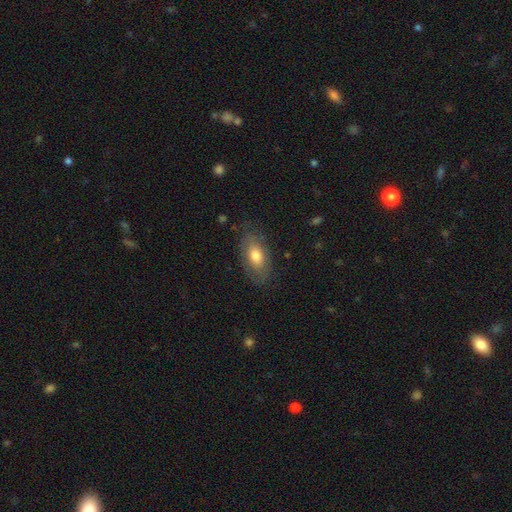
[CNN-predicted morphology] Q: Smooth or featured?
A: smooth (69%); runner-up: featured or disk (24%)
Q: How rounded?
A: in between (91%); runner-up: round (5%)
Q: Merging?
A: none (77%); runner-up: minor disturbance (16%)